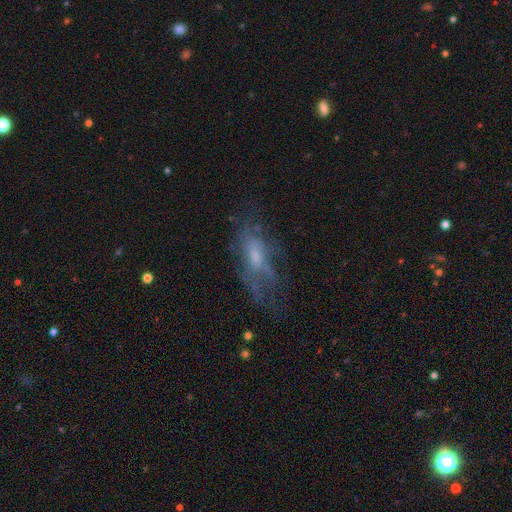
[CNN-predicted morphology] Q: Smooth or featured?
A: featured or disk (53%); runner-up: smooth (35%)
Q: Edge-on disk?
A: no (86%); runner-up: yes (14%)
Q: Merging?
A: none (46%); runner-up: major disturbance (30%)